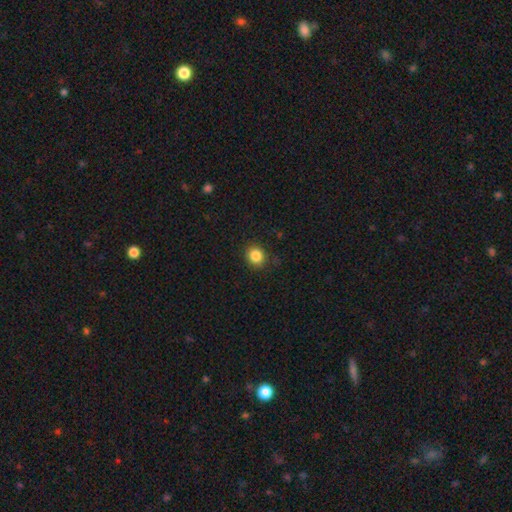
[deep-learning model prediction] Overall: smooth (85%). How rounded: round (77%). Merging: none (87%).